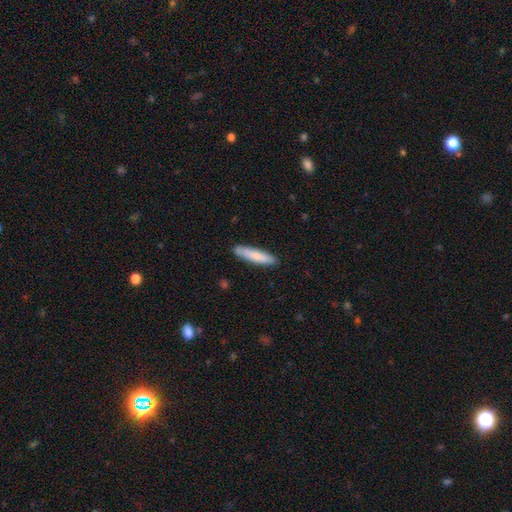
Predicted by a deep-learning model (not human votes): Smooth or featured: smooth — 77% (featured or disk — 17%)
How rounded: cigar-shaped — 85% (in between — 13%)
Merging: none — 85% (minor disturbance — 11%)